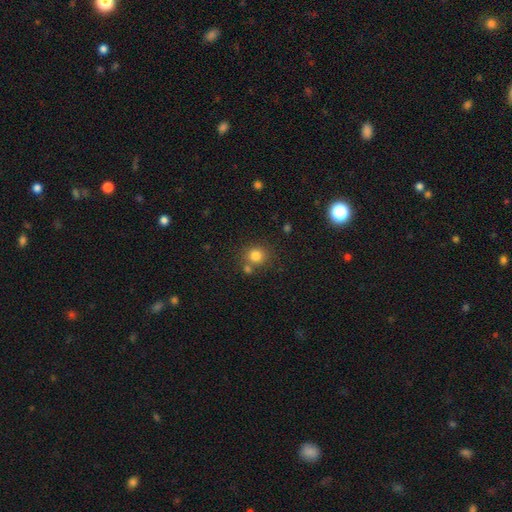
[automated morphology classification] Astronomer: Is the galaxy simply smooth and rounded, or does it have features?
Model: smooth — 81%.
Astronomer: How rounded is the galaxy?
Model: round — 87%.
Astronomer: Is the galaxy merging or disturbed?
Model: none — 69%.